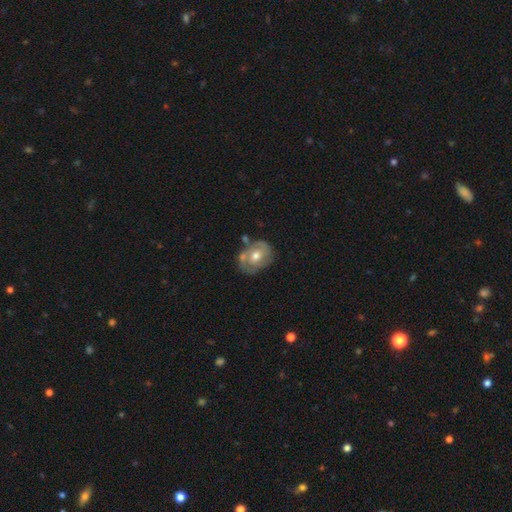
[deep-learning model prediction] Smooth or featured? featured or disk (54%)
Edge-on disk? no (96%)
Bar? no (77%)
Spiral arms? no (52%)
Bulge size? moderate (75%)
Merging? none (53%)